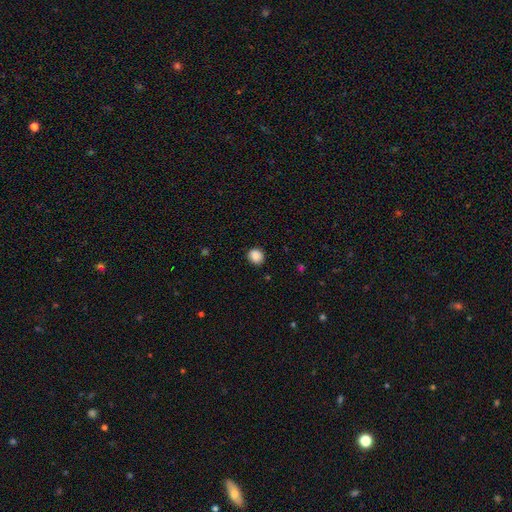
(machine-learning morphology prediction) Smooth or featured? smooth (88%)
How rounded? round (80%)
Merging? none (89%)